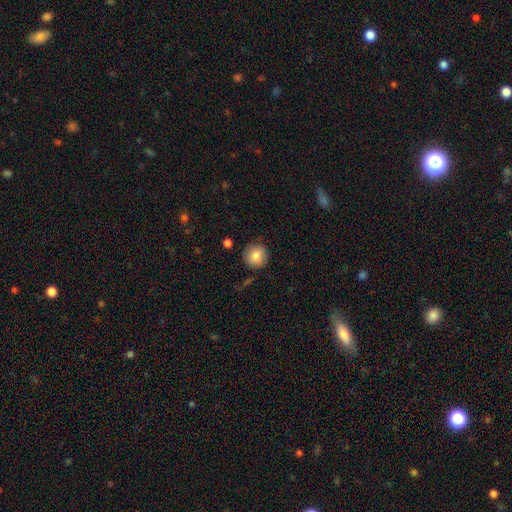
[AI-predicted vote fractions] A smooth galaxy with no disk features (83%) that is round (93%).

Vote fractions:
- Smooth or featured? smooth: 83% / featured or disk: 9% / star or artifact: 8%
- How rounded? round: 93% / in between: 6% / cigar-shaped: 1%
- Merging? none: 87% / minor disturbance: 9% / major disturbance: 2% / merger: 2%